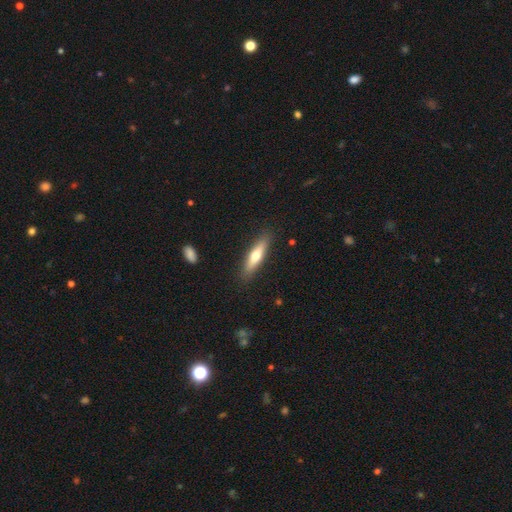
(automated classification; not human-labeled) Morphology: type=smooth (56%); roundness=cigar-shaped (75%); merging=none (88%).